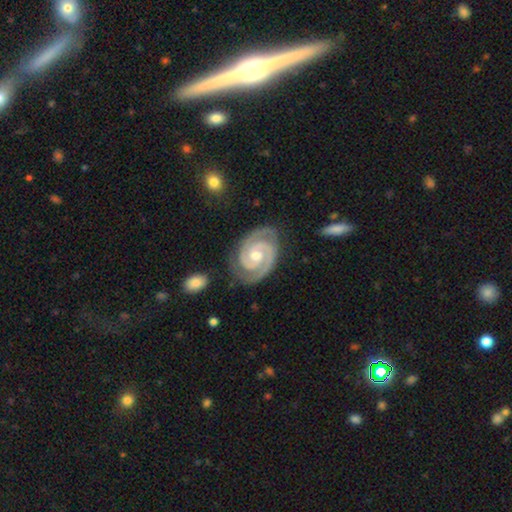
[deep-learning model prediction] Smooth or featured? Predicted: featured or disk (p=0.93). Edge-on disk? Predicted: no (p=0.98). Bar? Predicted: no (p=0.60). Spiral arms? Predicted: yes (p=0.99). Spiral winding? Predicted: tight (p=0.73). Spiral arm count? Predicted: 2 (p=0.91). Bulge size? Predicted: moderate (p=0.62). Merging? Predicted: none (p=0.82).